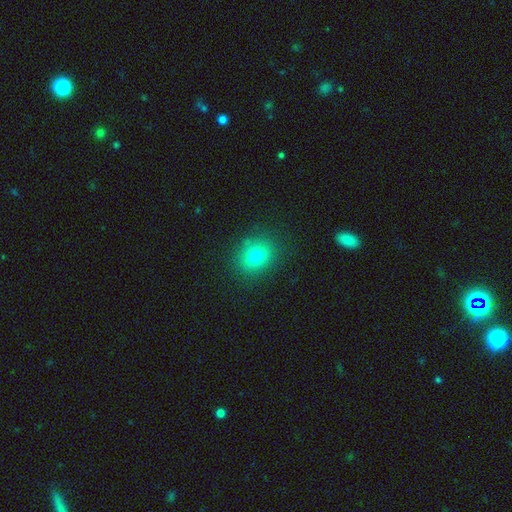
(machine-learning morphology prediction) Q: Smooth or featured?
A: smooth (77%); runner-up: star or artifact (14%)
Q: How rounded?
A: round (62%); runner-up: in between (36%)
Q: Merging?
A: none (86%); runner-up: minor disturbance (10%)